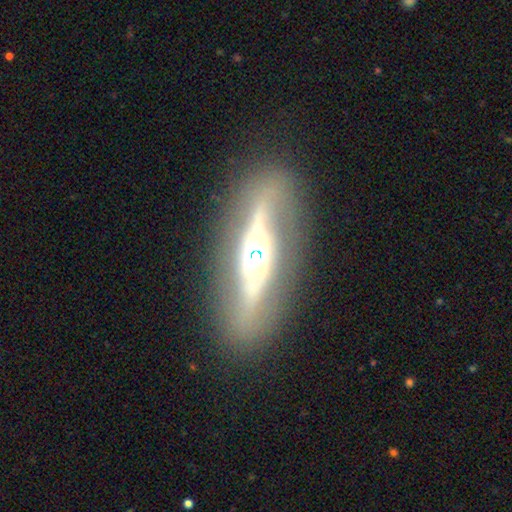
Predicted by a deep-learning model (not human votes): Overall: featured or disk (75%). Edge-on disk: no (57%; yes 43%). Merging: none (78%).